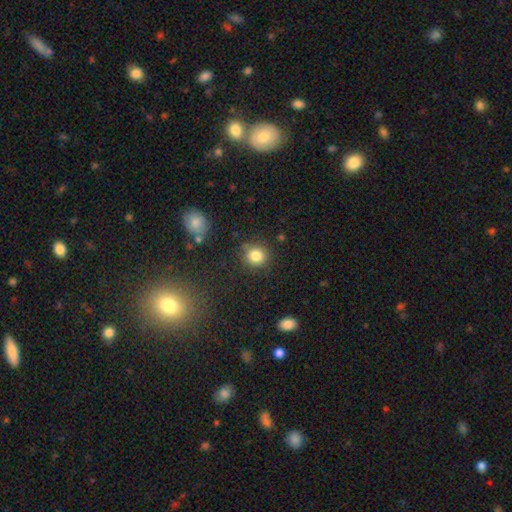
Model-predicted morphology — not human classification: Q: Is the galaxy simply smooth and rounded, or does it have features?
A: smooth — 83%.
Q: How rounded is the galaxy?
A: round — 88%.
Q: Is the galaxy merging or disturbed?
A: none — 85%.